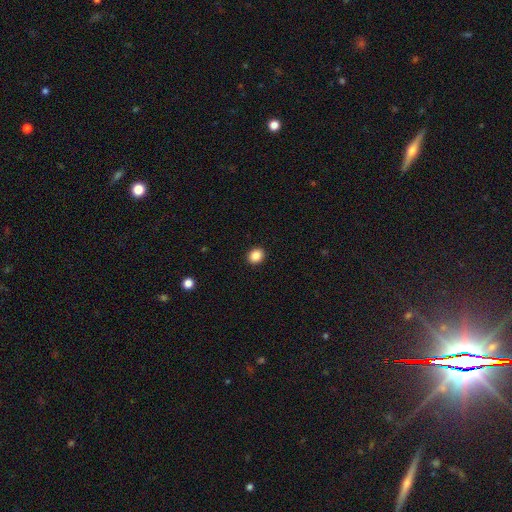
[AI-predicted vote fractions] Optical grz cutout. It shows a smooth galaxy with no disk features (87%) that is round (60%). Merging: none (92%).